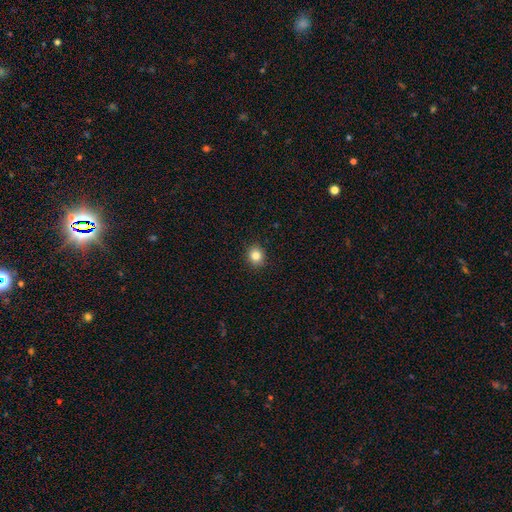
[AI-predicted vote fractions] This appears to be a smooth galaxy with no disk features (83%) that is round (82%). Merging: none (92%).